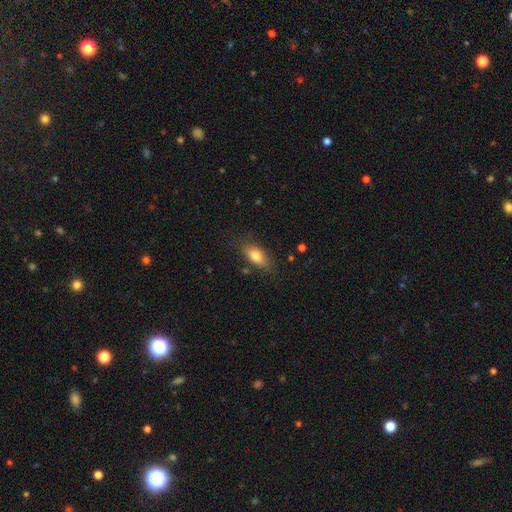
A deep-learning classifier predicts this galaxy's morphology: Smooth or featured? Predicted: smooth (p=0.79). How rounded? Predicted: in between (p=0.84). Merging? Predicted: none (p=0.77).